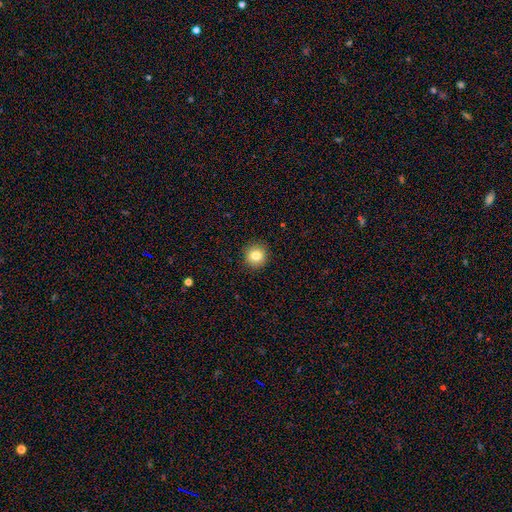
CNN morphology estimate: type=smooth (82%); roundness=round (92%); merging=none (92%).